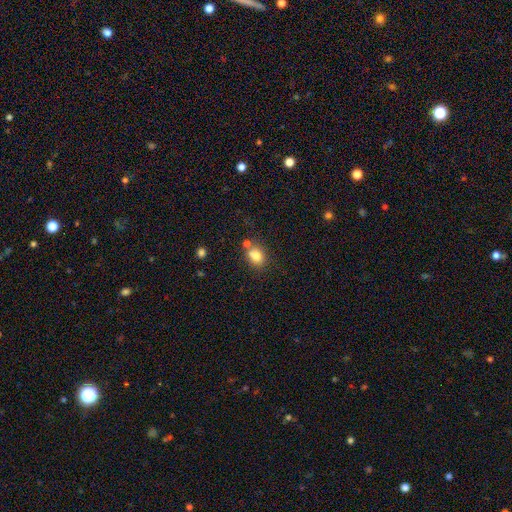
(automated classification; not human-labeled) smooth 78%, star or artifact 11%, featured or disk 11%. Down the decision tree: how rounded — round (53%); merging — none (61%).